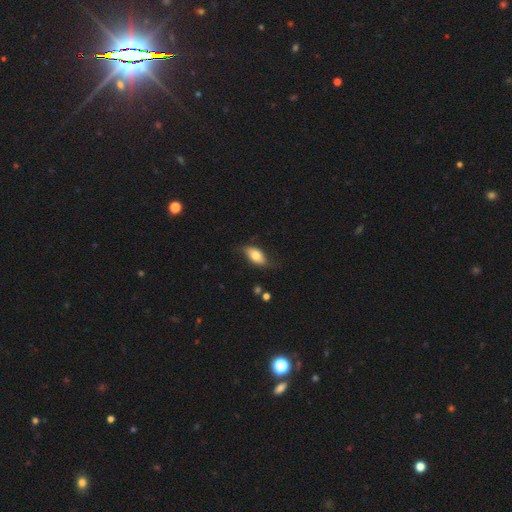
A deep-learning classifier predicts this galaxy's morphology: A smooth galaxy with no disk features (66%) that is in between round and cigar-shaped (89%). Merging: none (64%).